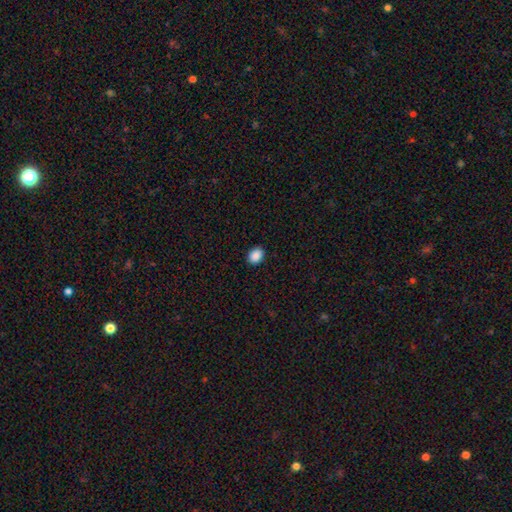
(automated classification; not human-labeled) A smooth galaxy with no disk features (89%) that is in between round and cigar-shaped (65%). Merging: none (90%).